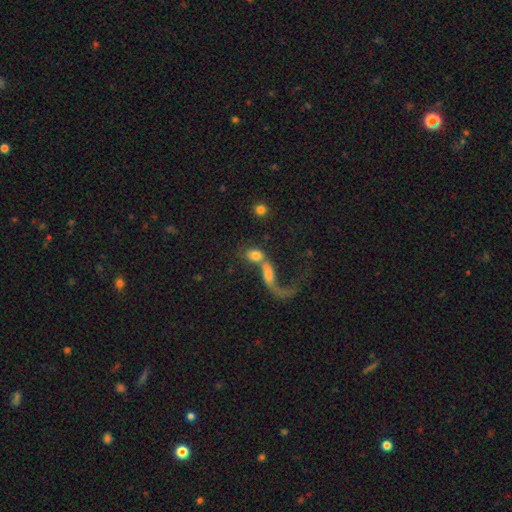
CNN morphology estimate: type=smooth (60%); roundness=in between (63%); merging=merger (62%).